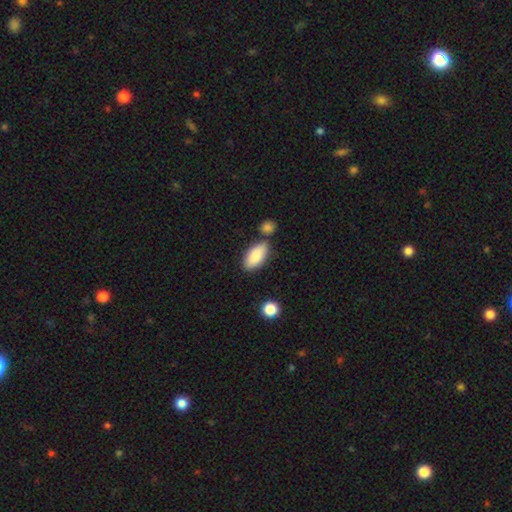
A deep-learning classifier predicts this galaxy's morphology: Smooth or featured: smooth — 87% (featured or disk — 7%)
How rounded: in between — 92% (cigar-shaped — 5%)
Merging: none — 69% (minor disturbance — 14%)